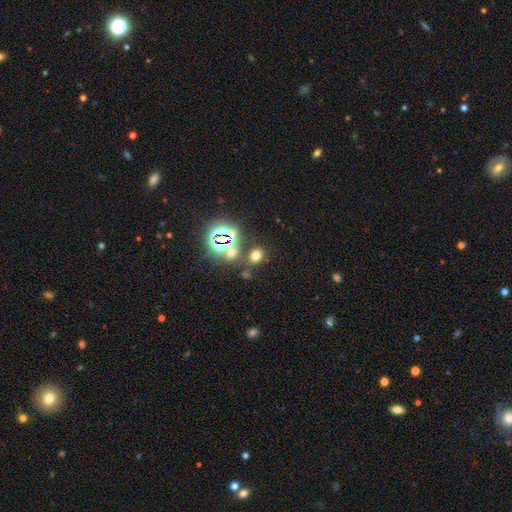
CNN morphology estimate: Overall: smooth (59%; star or artifact 33%). How rounded: in between (56%; round 42%). Merging: none (74%).